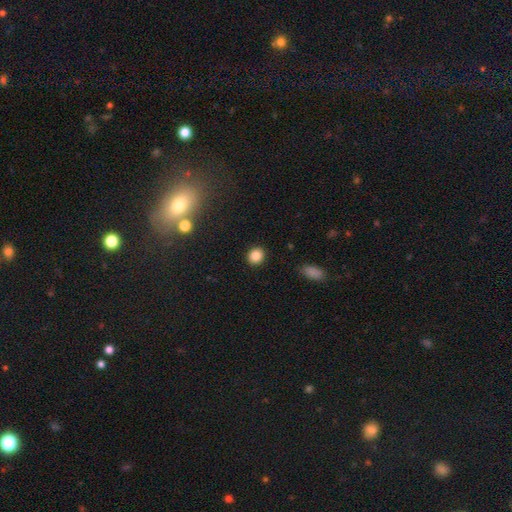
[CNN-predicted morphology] Smooth or featured? Predicted: smooth (p=0.83). How rounded? Predicted: round (p=0.81). Merging? Predicted: none (p=0.91).